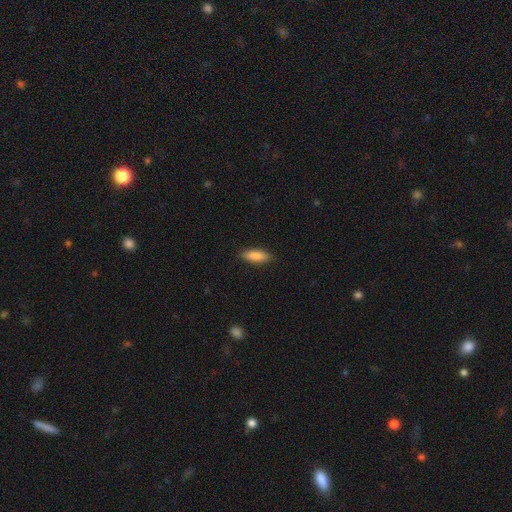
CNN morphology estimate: type=smooth (86%); roundness=in between (54%); merging=none (88%).